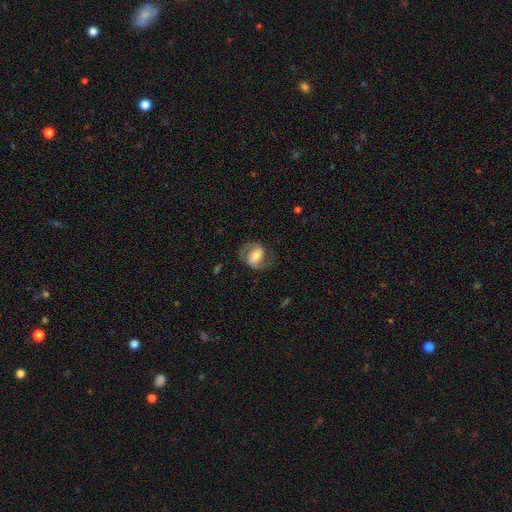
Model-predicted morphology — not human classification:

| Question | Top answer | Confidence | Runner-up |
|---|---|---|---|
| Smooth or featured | featured or disk | 64% | smooth (29%) |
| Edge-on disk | no | 96% | yes (4%) |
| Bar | weak | 38% | strong (33%) |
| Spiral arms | yes | 85% | no (15%) |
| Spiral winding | medium | 51% | loose (26%) |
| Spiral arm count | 2 | 87% | can't tell (6%) |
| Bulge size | moderate | 51% | small (29%) |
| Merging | none | 68% | minor disturbance (18%) |